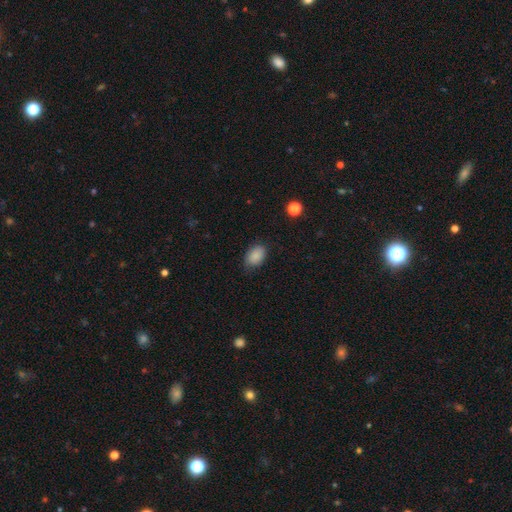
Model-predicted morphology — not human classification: Smooth or featured: smooth — 87% (star or artifact — 8%)
How rounded: in between — 83% (round — 16%)
Merging: none — 75% (minor disturbance — 20%)